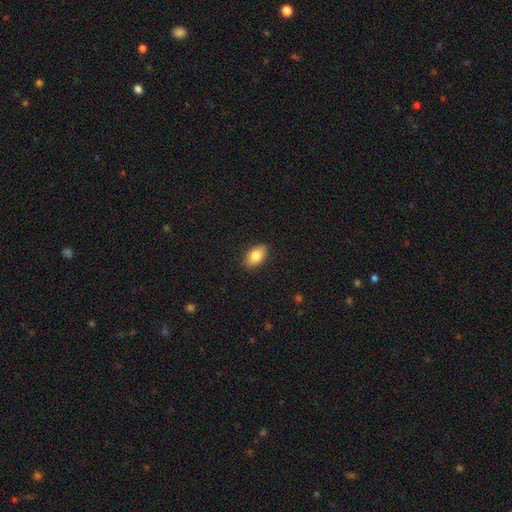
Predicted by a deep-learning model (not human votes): This appears to be a smooth galaxy with no disk features (82%) that is in between round and cigar-shaped (91%). Merging: none (89%).